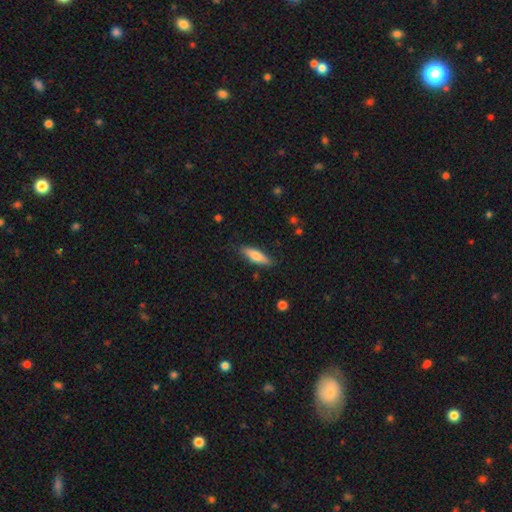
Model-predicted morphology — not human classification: This appears to be a smooth galaxy with no disk features (70%) that is cigar-shaped (59%). Merging: none (84%).